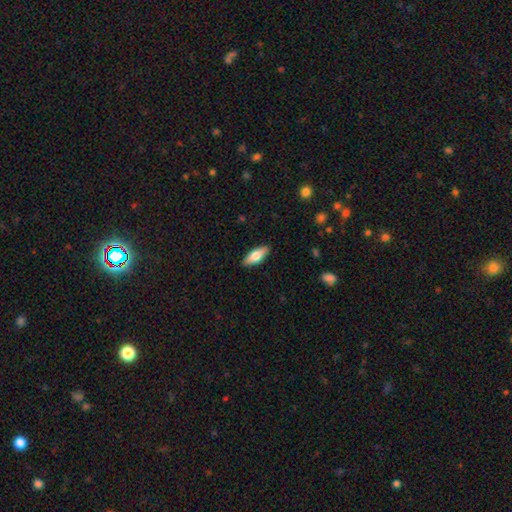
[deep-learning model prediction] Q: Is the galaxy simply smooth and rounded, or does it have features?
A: smooth — 63%.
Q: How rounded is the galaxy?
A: in between — 68%.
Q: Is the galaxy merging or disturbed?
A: none — 89%.